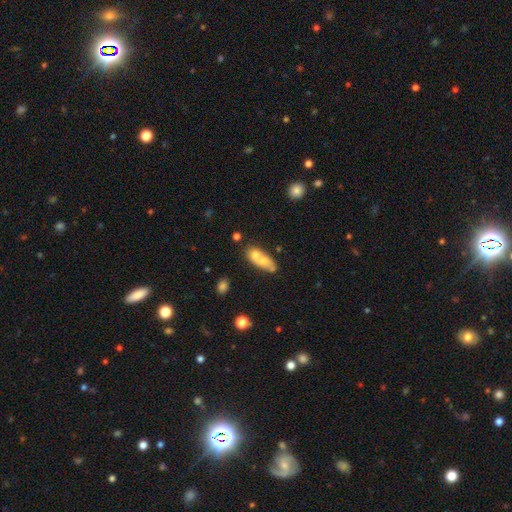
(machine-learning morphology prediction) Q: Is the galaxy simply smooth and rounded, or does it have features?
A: smooth — 53%.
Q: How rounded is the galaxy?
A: in between — 64%.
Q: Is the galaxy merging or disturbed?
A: none — 57%.